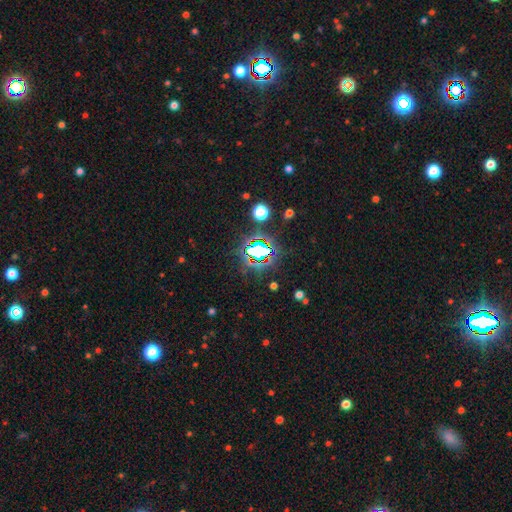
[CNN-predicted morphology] Smooth or featured? star or artifact (69%)